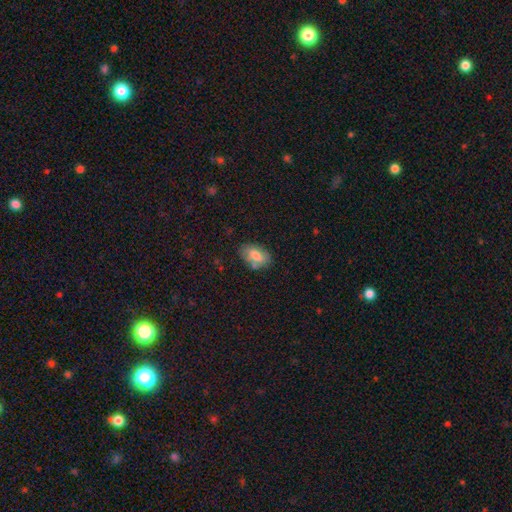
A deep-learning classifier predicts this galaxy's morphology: smooth 77%, featured or disk 16%, star or artifact 7%. Down the decision tree: how rounded — in between (91%); merging — none (71%).